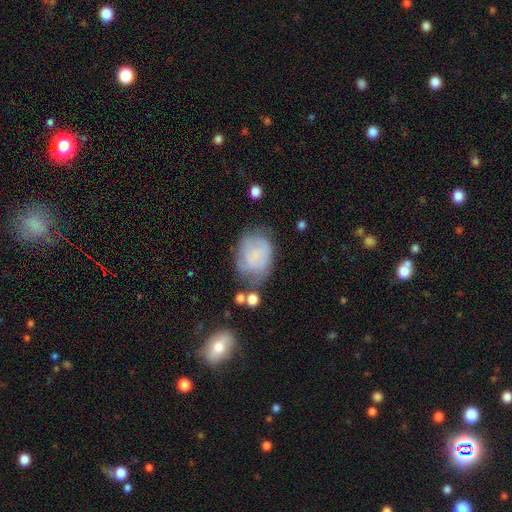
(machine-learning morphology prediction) smooth 50%, featured or disk 40%, star or artifact 10%. Down the decision tree: how rounded — in between (65%); merging — none (43%).